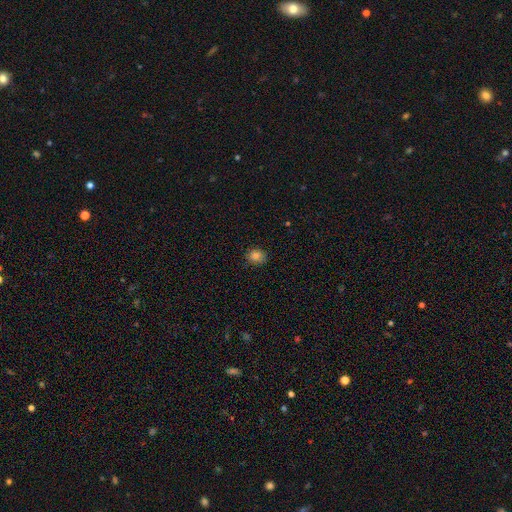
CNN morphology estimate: Smooth or featured: smooth — 82% (star or artifact — 12%)
How rounded: round — 71% (in between — 28%)
Merging: none — 83% (minor disturbance — 13%)